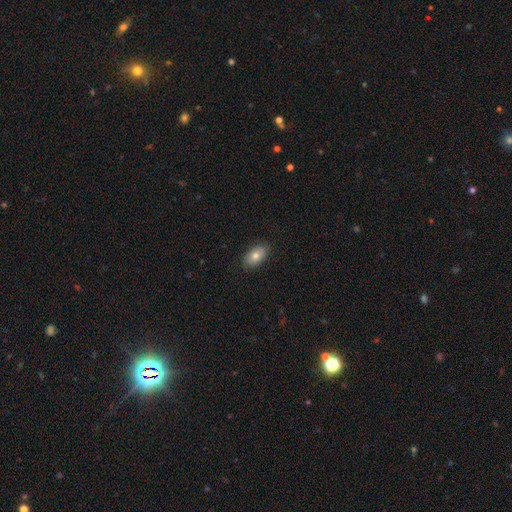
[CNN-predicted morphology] Smooth or featured: smooth — 74% (featured or disk — 18%)
How rounded: in between — 91% (round — 7%)
Merging: none — 85% (minor disturbance — 12%)